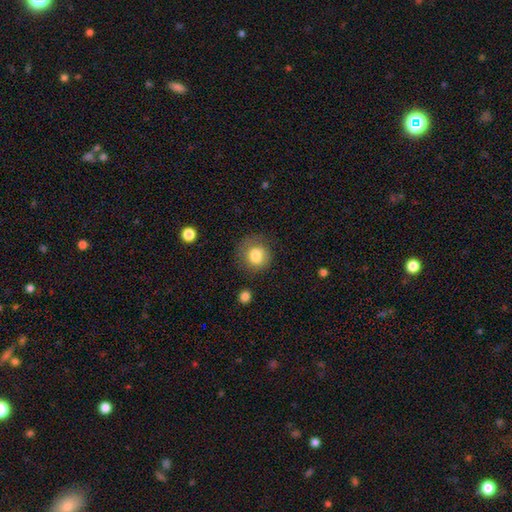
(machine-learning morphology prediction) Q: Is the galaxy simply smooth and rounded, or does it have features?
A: smooth — 80%.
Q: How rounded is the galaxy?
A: round — 83%.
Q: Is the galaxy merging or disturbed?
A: none — 62%.